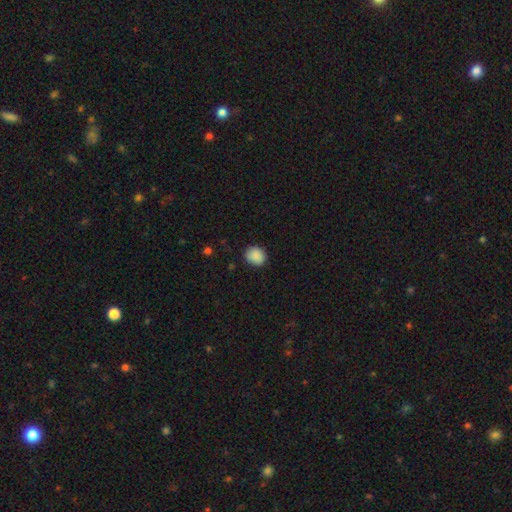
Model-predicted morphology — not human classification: smooth-or-featured: smooth: 88% | star or artifact: 8% | featured or disk: 4%
  how-rounded: round: 67% | in between: 32% | cigar-shaped: 1%
  merging: none: 84% | minor disturbance: 12% | major disturbance: 2% | merger: 1%